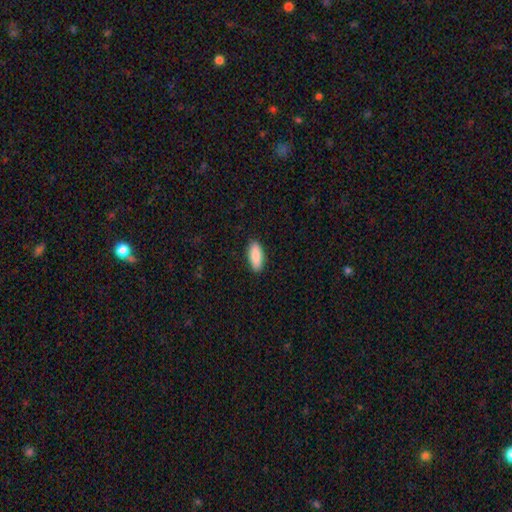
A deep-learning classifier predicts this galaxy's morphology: A smooth galaxy with no disk features (89%) that is in between round and cigar-shaped (81%). Merging: none (89%).